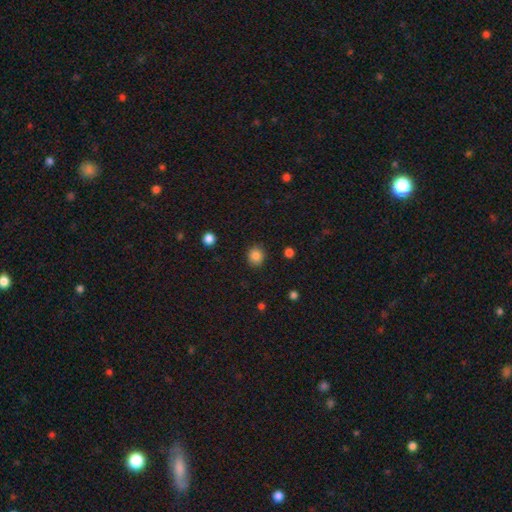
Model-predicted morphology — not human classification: smooth 85%, star or artifact 11%, featured or disk 4%. Down the decision tree: how rounded — round (83%); merging — none (89%).